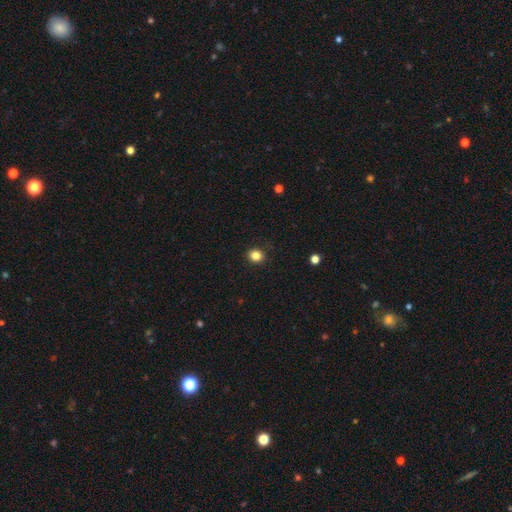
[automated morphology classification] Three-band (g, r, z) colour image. It shows a smooth galaxy with no disk features (84%) that is round (77%). Merging: none (90%).